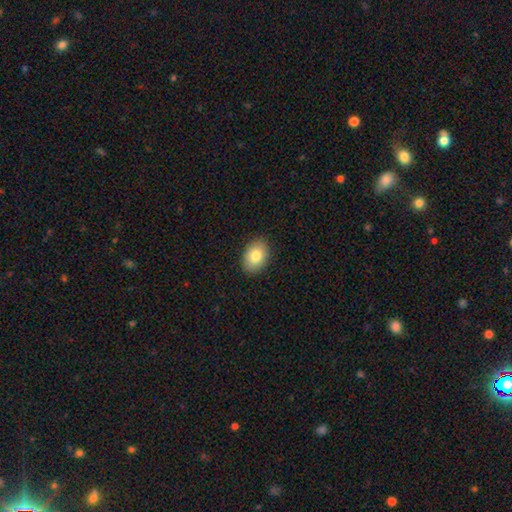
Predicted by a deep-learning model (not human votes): smooth 82%, featured or disk 10%, star or artifact 8%. Down the decision tree: how rounded — in between (79%); merging — none (89%).